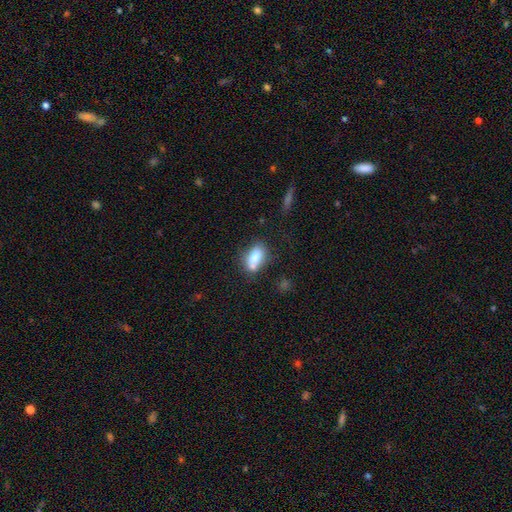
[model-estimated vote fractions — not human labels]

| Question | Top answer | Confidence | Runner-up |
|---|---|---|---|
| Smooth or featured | smooth | 75% | featured or disk (16%) |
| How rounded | in between | 82% | round (11%) |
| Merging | none | 46% | merger (27%) |